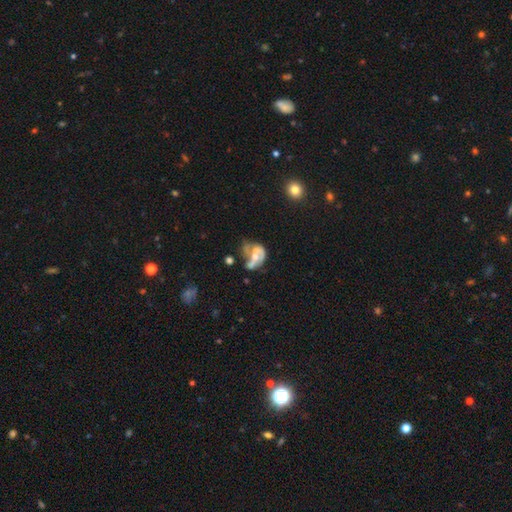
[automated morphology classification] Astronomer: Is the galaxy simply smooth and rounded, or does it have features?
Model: featured or disk — 65%.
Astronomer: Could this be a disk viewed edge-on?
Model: no — 97%.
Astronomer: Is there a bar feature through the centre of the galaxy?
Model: no — 70%.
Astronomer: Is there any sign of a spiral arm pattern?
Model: yes — 53% (runner-up: no, 47%).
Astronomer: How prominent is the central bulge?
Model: moderate — 56%.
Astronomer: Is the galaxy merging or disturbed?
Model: merger — 40% (runner-up: major disturbance, 28%).